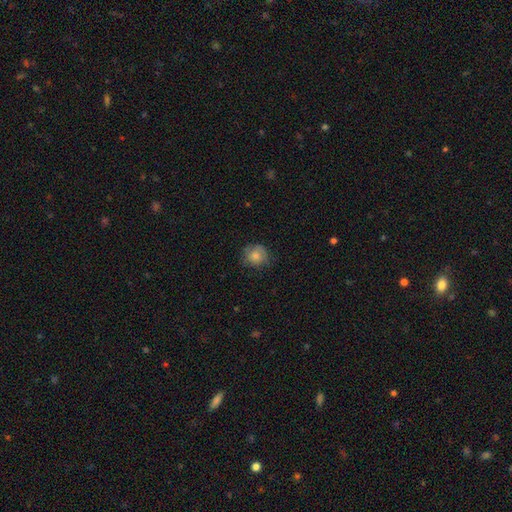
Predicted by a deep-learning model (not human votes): This appears to be a smooth galaxy with no disk features (78%) that is round (83%). Merging: none (69%).